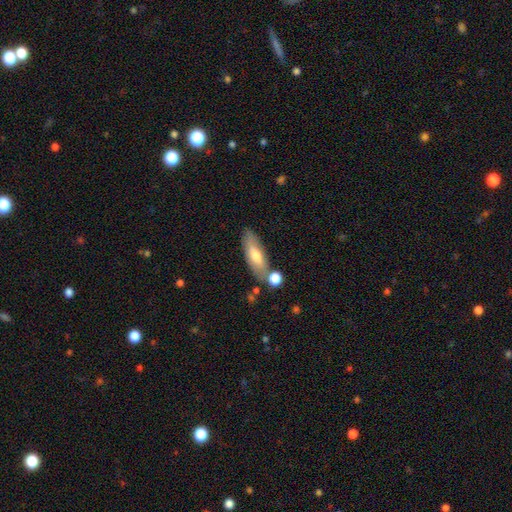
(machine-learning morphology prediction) Smooth or featured?
  - smooth: 63% *
  - featured or disk: 30%
  - star or artifact: 7%
How rounded?
  - in between: 54% *
  - cigar-shaped: 43%
  - round: 3%
Merging?
  - none: 71% *
  - minor disturbance: 15%
  - merger: 10%
  - major disturbance: 4%